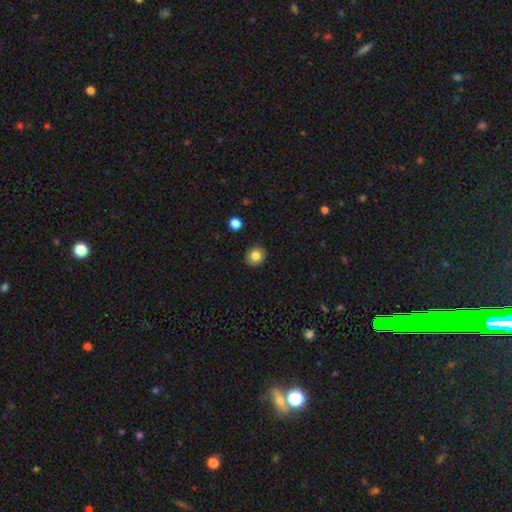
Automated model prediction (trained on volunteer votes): smooth-or-featured: smooth: 83% | star or artifact: 10% | featured or disk: 8%
  how-rounded: round: 75% | in between: 24% | cigar-shaped: 1%
  merging: none: 90% | minor disturbance: 7% | major disturbance: 2% | merger: 1%